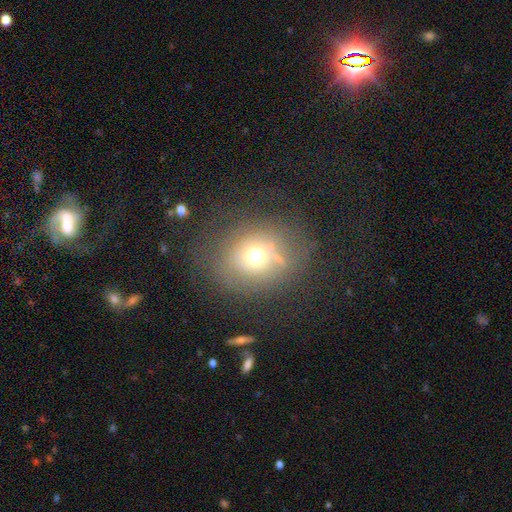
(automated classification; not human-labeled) smooth_or_featured: smooth (p=0.61) [alt: featured or disk p=0.22]
how_rounded: round (p=0.77) [alt: in between p=0.22]
merging: none (p=0.62) [alt: minor disturbance p=0.19]